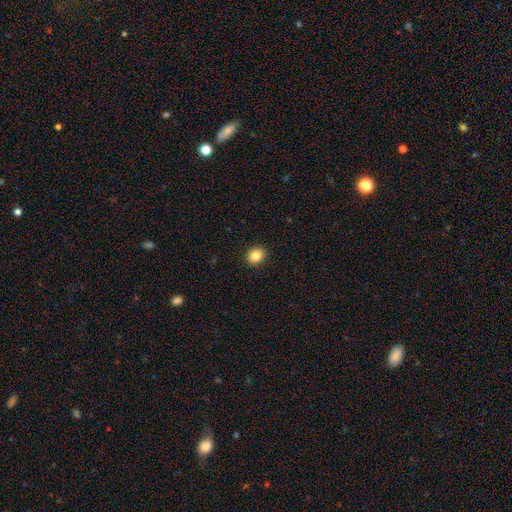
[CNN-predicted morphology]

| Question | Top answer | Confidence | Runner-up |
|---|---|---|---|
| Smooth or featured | smooth | 85% | star or artifact (10%) |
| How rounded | round | 63% | in between (36%) |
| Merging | none | 91% | minor disturbance (6%) |